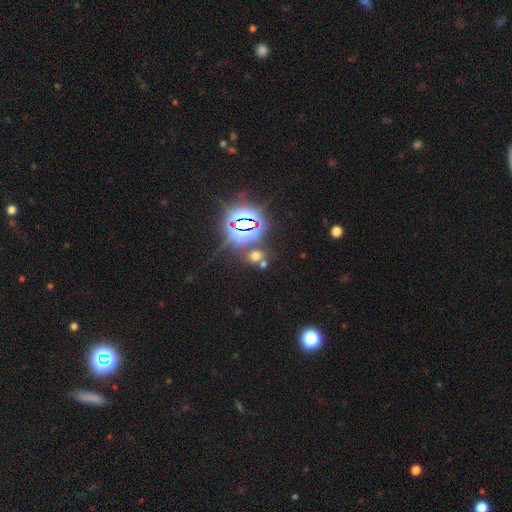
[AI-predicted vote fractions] This is possibly a star or artifact rather than a galaxy (51%).